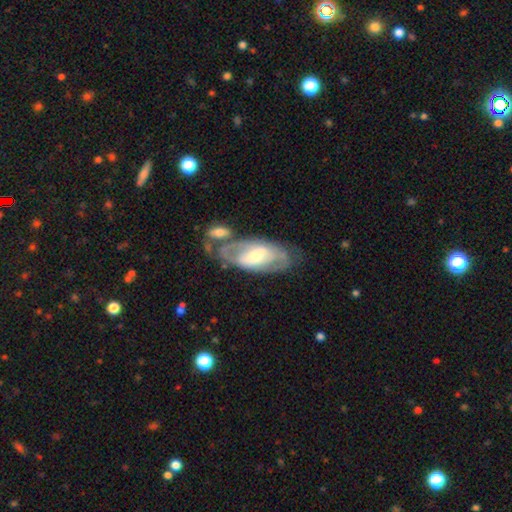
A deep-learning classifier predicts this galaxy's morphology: Smooth or featured? Predicted: featured or disk (p=0.70). Edge-on disk? Predicted: no (p=0.91). Bar? Predicted: strong (p=0.42). Spiral arms? Predicted: yes (p=0.68). Bulge size? Predicted: moderate (p=0.49). Merging? Predicted: none (p=0.50).